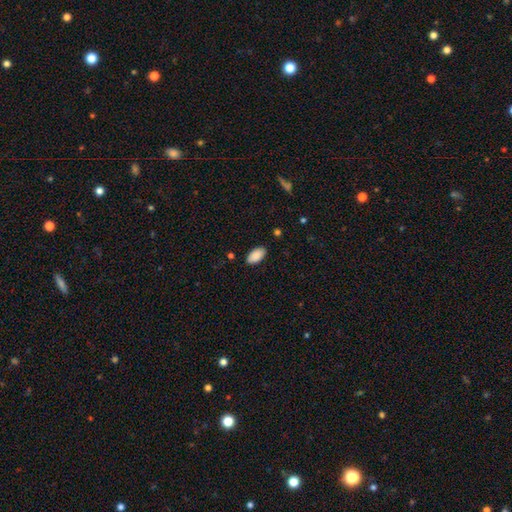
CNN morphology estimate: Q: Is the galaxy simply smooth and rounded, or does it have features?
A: smooth — 89%.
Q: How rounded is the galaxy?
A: in between — 95%.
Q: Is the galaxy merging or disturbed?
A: none — 87%.